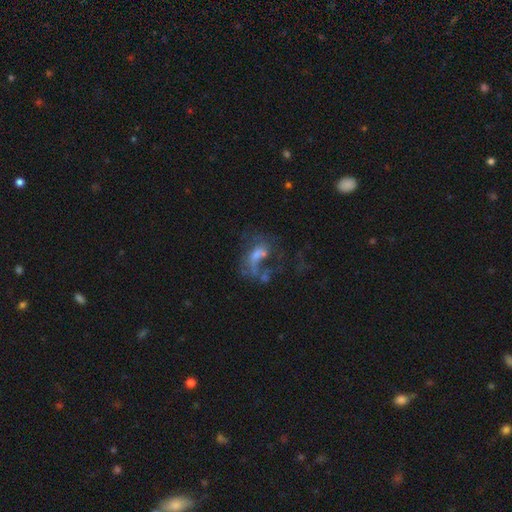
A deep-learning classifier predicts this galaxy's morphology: Smooth or featured: featured or disk — 59% (smooth — 23%)
Edge-on disk: no — 96% (yes — 4%)
Bar: no — 66% (weak — 26%)
Spiral arms: no — 55% (yes — 45%)
Bulge size: small — 33% (none — 32%)
Merging: major disturbance — 45% (none — 27%)